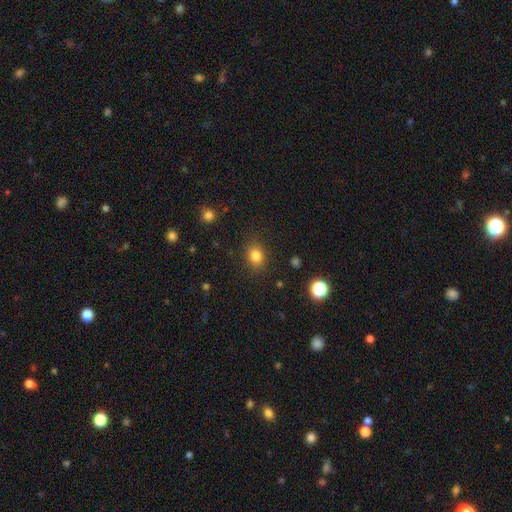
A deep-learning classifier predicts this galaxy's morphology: Smooth or featured? smooth (82%)
How rounded? round (56%)
Merging? none (86%)